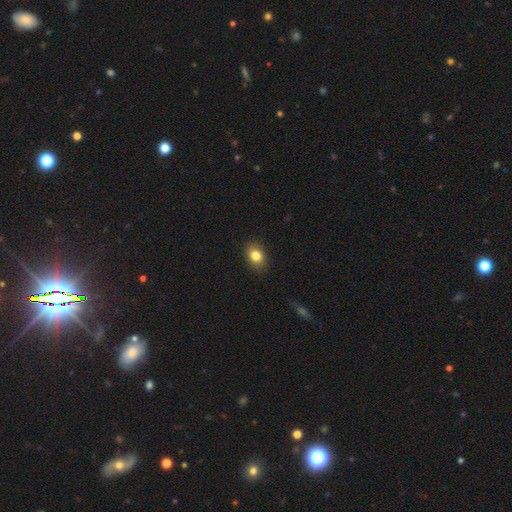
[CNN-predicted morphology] Smooth or featured?
  - smooth: 82% *
  - star or artifact: 9%
  - featured or disk: 9%
How rounded?
  - in between: 74% *
  - round: 25%
  - cigar-shaped: 1%
Merging?
  - none: 87% *
  - minor disturbance: 10%
  - major disturbance: 2%
  - merger: 1%